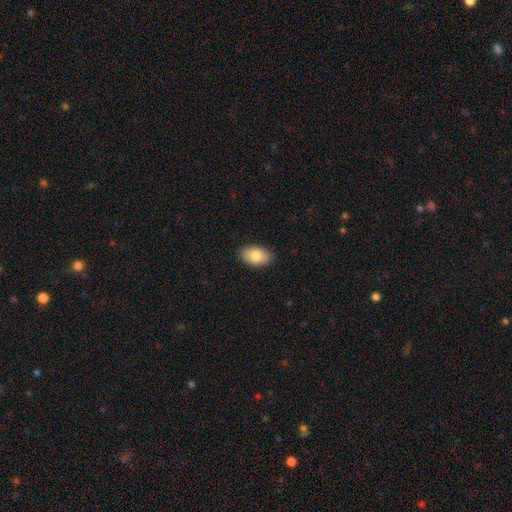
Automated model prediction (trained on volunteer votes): Morphology: type=smooth (81%); roundness=in between (91%); merging=none (89%).